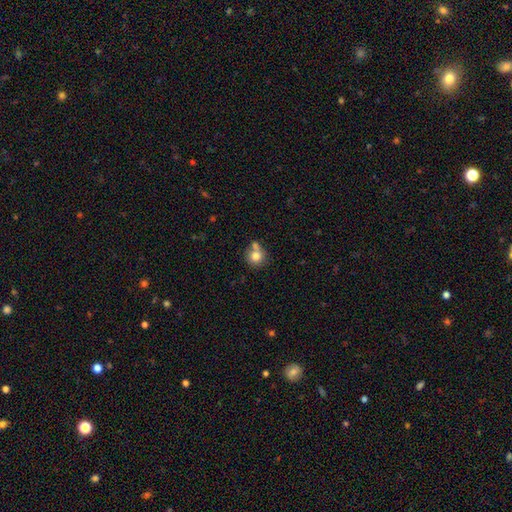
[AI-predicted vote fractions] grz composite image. It shows a smooth galaxy with no disk features (79%) that is round (88%). Merging: none (54%).